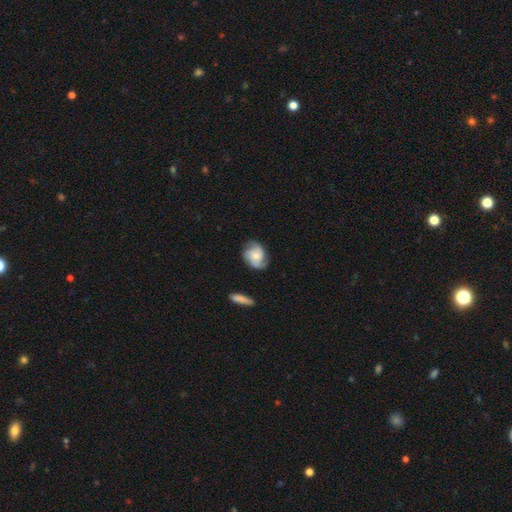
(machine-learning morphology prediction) Q: Smooth or featured?
A: featured or disk (67%); runner-up: smooth (27%)
Q: Edge-on disk?
A: no (97%); runner-up: yes (3%)
Q: Bar?
A: no (70%); runner-up: weak (25%)
Q: Spiral arms?
A: yes (94%); runner-up: no (6%)
Q: Spiral winding?
A: medium (45%); runner-up: tight (38%)
Q: Spiral arm count?
A: 2 (47%); runner-up: 3 (31%)
Q: Bulge size?
A: moderate (51%); runner-up: small (42%)
Q: Merging?
A: none (72%); runner-up: minor disturbance (20%)